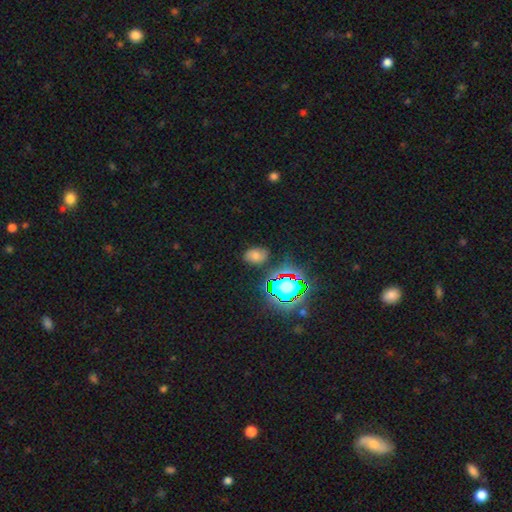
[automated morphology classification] Overall: smooth (60%; star or artifact 27%). How rounded: in between (76%). Merging: none (77%).